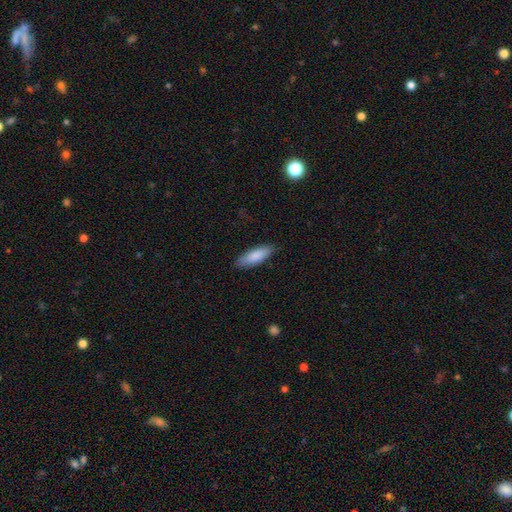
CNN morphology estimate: smooth_or_featured: smooth (p=0.86) [alt: featured or disk p=0.09]
how_rounded: in between (p=0.56) [alt: cigar-shaped p=0.42]
merging: none (p=0.85) [alt: minor disturbance p=0.12]